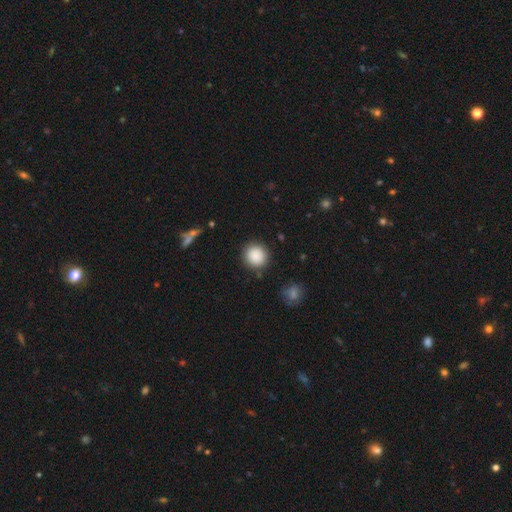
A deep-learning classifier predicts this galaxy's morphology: The model was most divided on "smooth or featured": smooth: 88%, star or artifact: 8%, featured or disk: 3%. More confident: how rounded — round (93%); merging — none (88%).